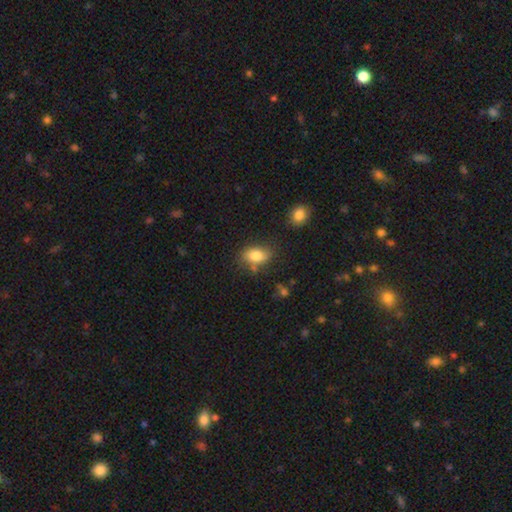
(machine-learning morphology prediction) A smooth galaxy with no disk features (83%) that is in between round and cigar-shaped (86%).

Vote fractions:
- Smooth or featured? smooth: 83% / featured or disk: 9% / star or artifact: 8%
- How rounded? in between: 86% / round: 12% / cigar-shaped: 2%
- Merging? none: 69% / minor disturbance: 18% / merger: 8% / major disturbance: 5%